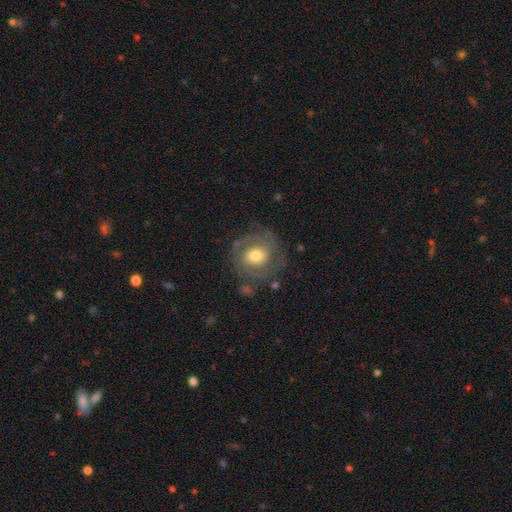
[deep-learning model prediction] A featured or disk galaxy (77%) with no bar (59%), 2 (55%) tight (54%) spiral arms (90%) and a moderate central bulge (68%).

Vote fractions:
- Smooth or featured? featured or disk: 77% / smooth: 16% / star or artifact: 6%
- Edge-on disk? no: 97% / yes: 3%
- Bar? no: 59% / weak: 32% / strong: 9%
- Spiral arms? yes: 90% / no: 10%
- Spiral winding? tight: 54% / medium: 36% / loose: 9%
- Spiral arm count? 2: 55% / can't tell: 18% / 3: 15% / 1: 4% / 4: 4% / more than 4: 3%
- Bulge size? moderate: 68% / small: 16% / large: 13% / dominant: 1% / none: 1%
- Merging? none: 76% / minor disturbance: 14% / major disturbance: 8% / merger: 2%